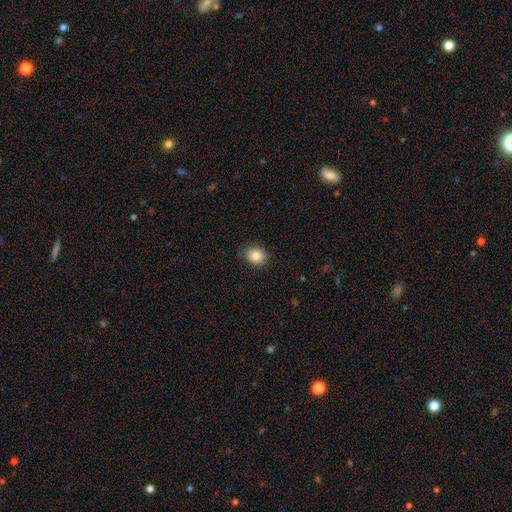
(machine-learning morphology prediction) This is clearly a smooth galaxy (86%). How rounded: possibly round (59%). Merging: clearly none (86%).